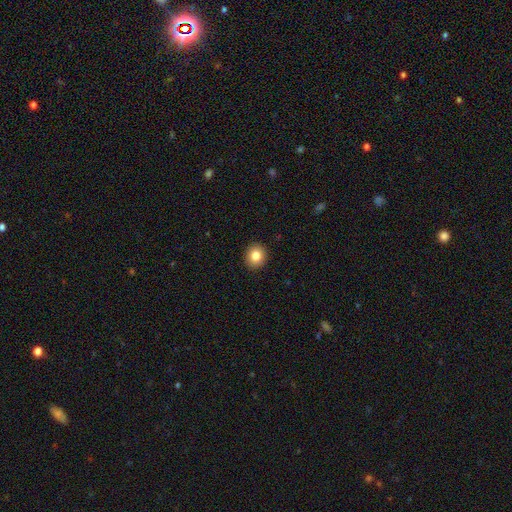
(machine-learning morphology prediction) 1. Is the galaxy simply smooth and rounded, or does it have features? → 82% smooth, 10% star or artifact, 8% featured or disk.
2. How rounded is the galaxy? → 81% round, 18% in between, 1% cigar-shaped.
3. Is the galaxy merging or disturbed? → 92% none, 5% minor disturbance, 2% major disturbance, 1% merger.